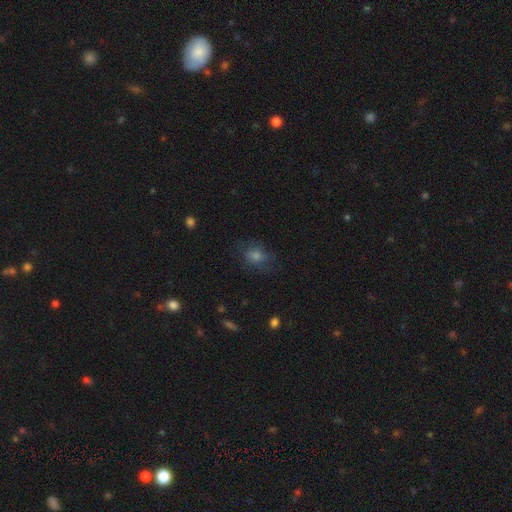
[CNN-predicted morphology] A smooth galaxy with no disk features (61%) that is round (55%). Merging: none (71%).